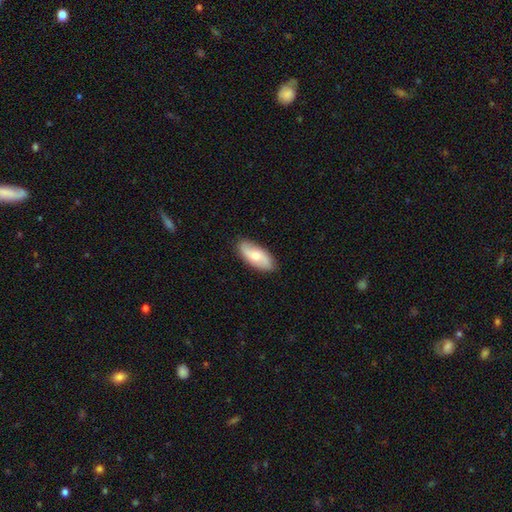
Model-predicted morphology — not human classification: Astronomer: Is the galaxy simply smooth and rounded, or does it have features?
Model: smooth — 56% (runner-up: featured or disk, 39%).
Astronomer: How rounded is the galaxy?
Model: in between — 85%.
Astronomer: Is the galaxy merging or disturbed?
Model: none — 87%.